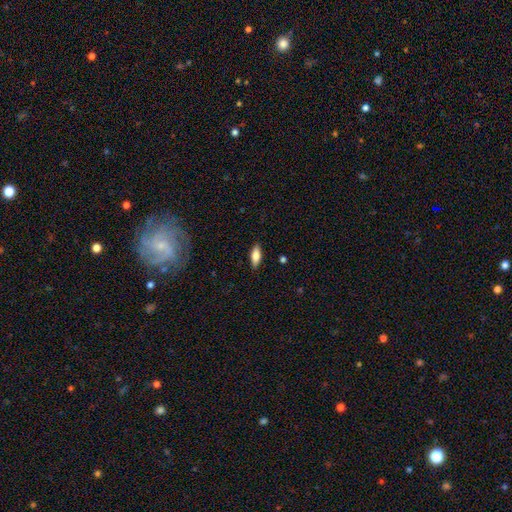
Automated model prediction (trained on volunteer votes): smooth 72%, featured or disk 22%, star or artifact 6%. Down the decision tree: how rounded — in between (71%); merging — none (87%).